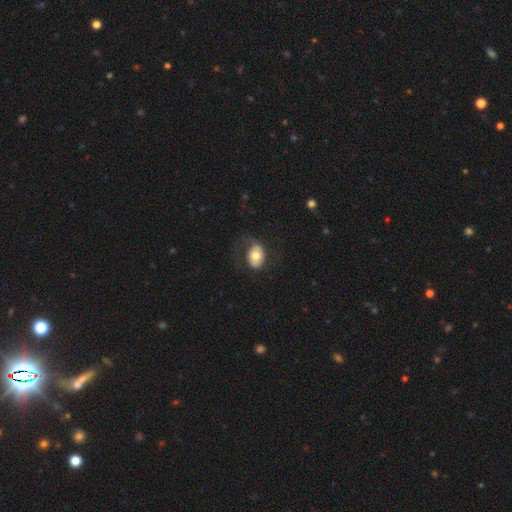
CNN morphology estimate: A smooth galaxy with no disk features (62%) that is in between round and cigar-shaped (75%).

Vote fractions:
- Smooth or featured? smooth: 62% / featured or disk: 31% / star or artifact: 7%
- How rounded? in between: 75% / round: 24% / cigar-shaped: 1%
- Merging? none: 68% / minor disturbance: 17% / major disturbance: 14% / merger: 1%